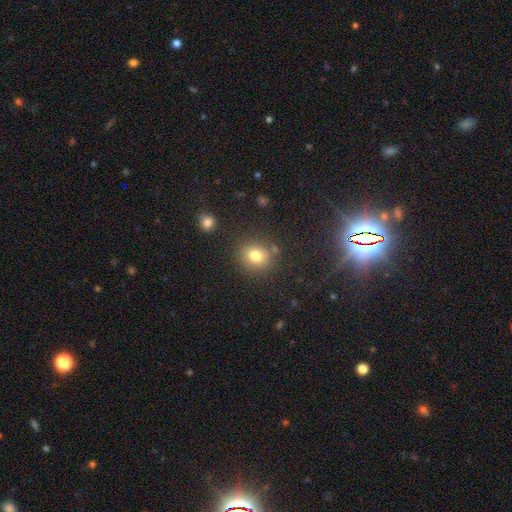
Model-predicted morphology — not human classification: Smooth or featured? smooth (78%)
How rounded? round (79%)
Merging? none (81%)